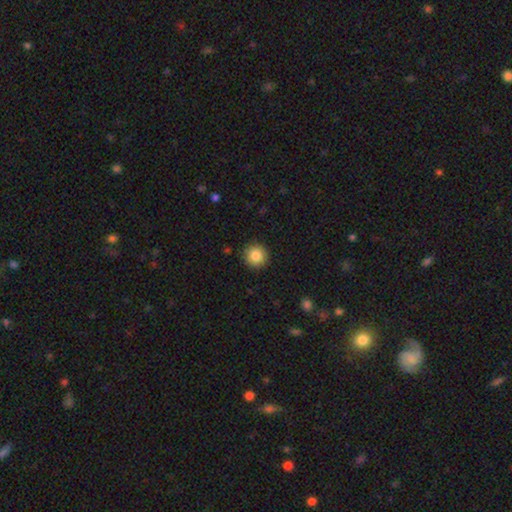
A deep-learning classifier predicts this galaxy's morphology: Smooth or featured? Predicted: smooth (p=0.85). How rounded? Predicted: round (p=0.95). Merging? Predicted: none (p=0.91).